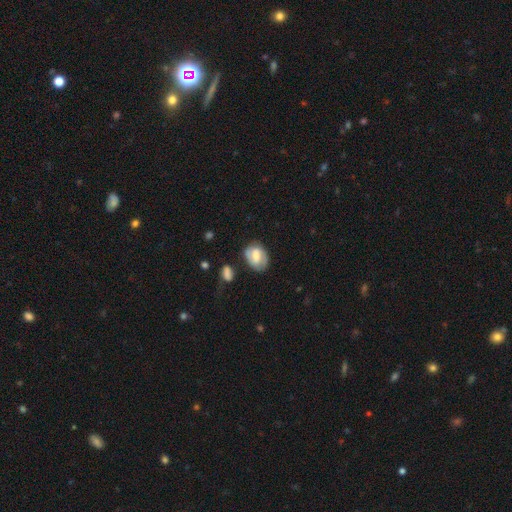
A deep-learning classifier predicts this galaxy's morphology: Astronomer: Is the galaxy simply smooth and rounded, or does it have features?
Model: smooth — 47% (runner-up: featured or disk, 46%).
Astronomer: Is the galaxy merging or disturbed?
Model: none — 64%.